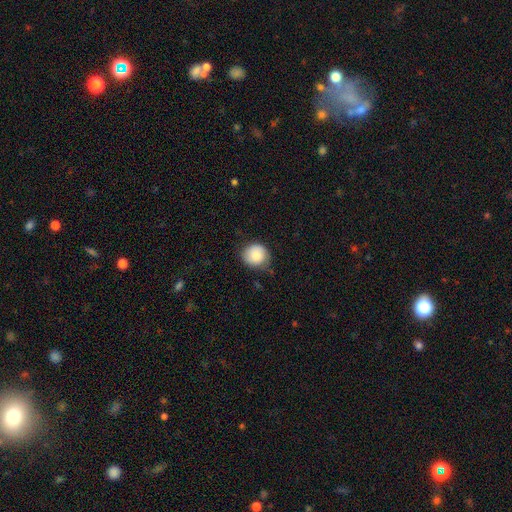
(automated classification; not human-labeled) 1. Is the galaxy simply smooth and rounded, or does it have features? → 84% smooth, 8% featured or disk, 8% star or artifact.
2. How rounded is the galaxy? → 87% round, 12% in between, 1% cigar-shaped.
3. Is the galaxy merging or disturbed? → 71% none, 23% minor disturbance, 4% major disturbance, 1% merger.